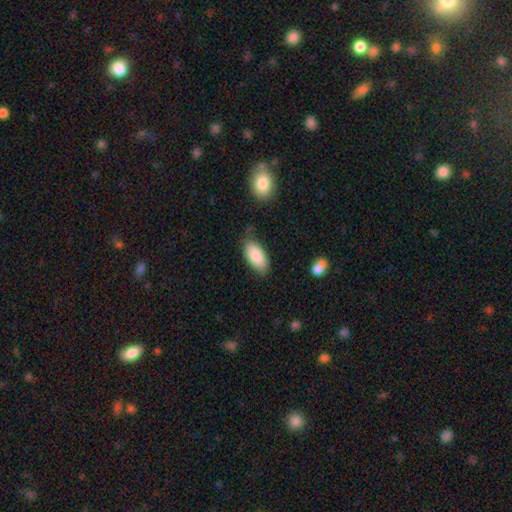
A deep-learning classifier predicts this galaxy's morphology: Q: Smooth or featured?
A: smooth (87%); runner-up: featured or disk (7%)
Q: How rounded?
A: in between (93%); runner-up: cigar-shaped (5%)
Q: Merging?
A: none (75%); runner-up: minor disturbance (17%)